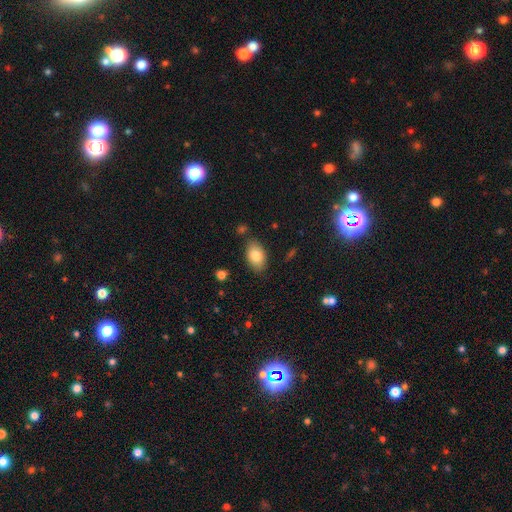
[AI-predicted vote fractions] This is clearly a smooth galaxy (81%). How rounded: clearly in between (91%). Merging: clearly none (83%).